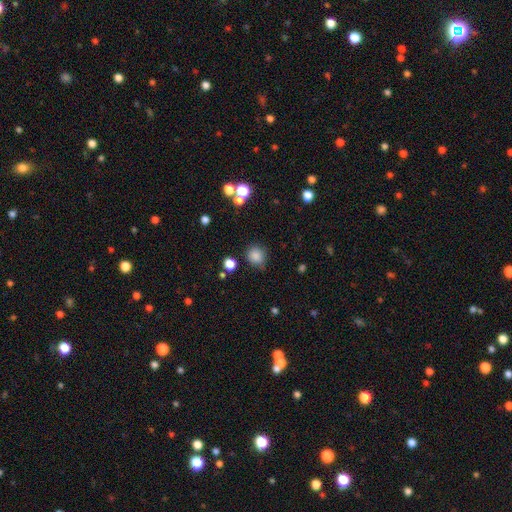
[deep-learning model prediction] Smooth or featured? Predicted: smooth (p=0.83). How rounded? Predicted: round (p=0.87). Merging? Predicted: none (p=0.79).